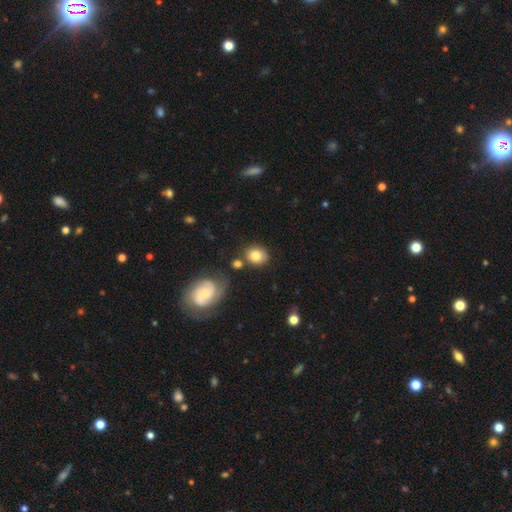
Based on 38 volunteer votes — A smooth galaxy with no disk features (84%) that is round (59%).

Vote fractions:
- Smooth or featured? smooth: 84% / featured or disk: 11% / star or artifact: 5%
- How rounded? round: 59% / in between: 41% / cigar-shaped: 0%
- Merging? none: 81% / minor disturbance: 14% / major disturbance: 3% / merger: 3%